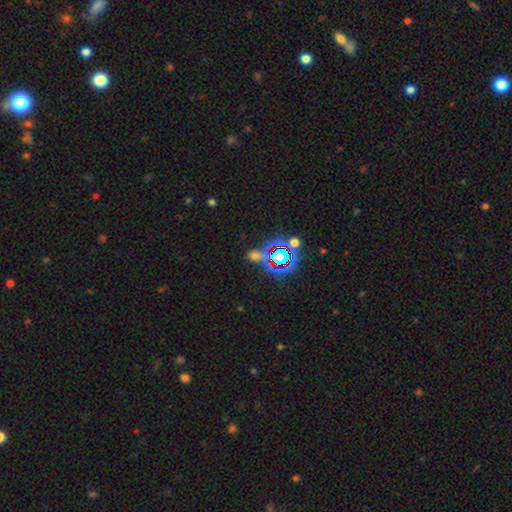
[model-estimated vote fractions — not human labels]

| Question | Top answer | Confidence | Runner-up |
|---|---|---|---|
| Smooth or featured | star or artifact | 52% | smooth (38%) |